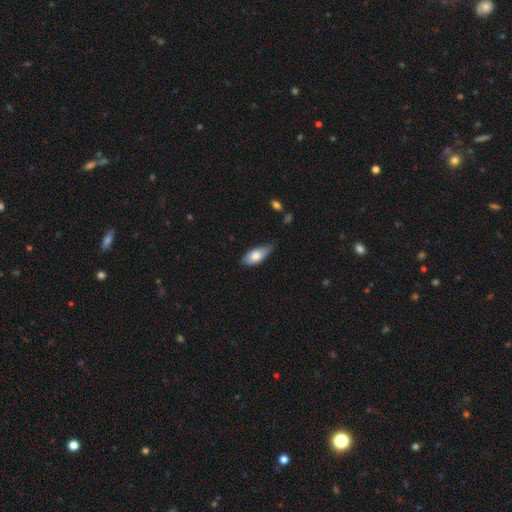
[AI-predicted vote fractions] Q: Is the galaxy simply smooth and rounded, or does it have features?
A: smooth — 74%.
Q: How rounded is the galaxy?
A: in between — 82%.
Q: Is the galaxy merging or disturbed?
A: none — 55%.